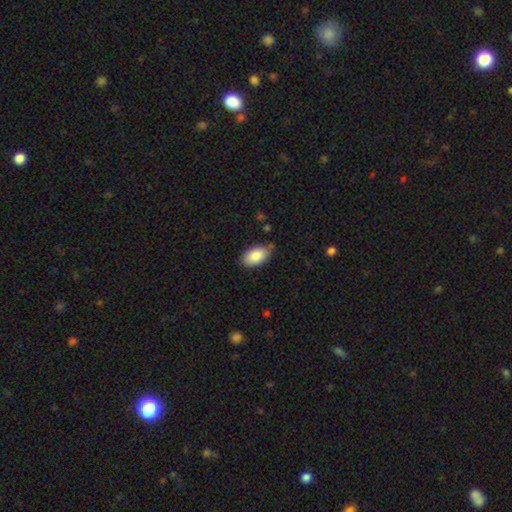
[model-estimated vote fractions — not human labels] Smooth or featured? Predicted: smooth (p=0.86). How rounded? Predicted: in between (p=0.94). Merging? Predicted: none (p=0.80).